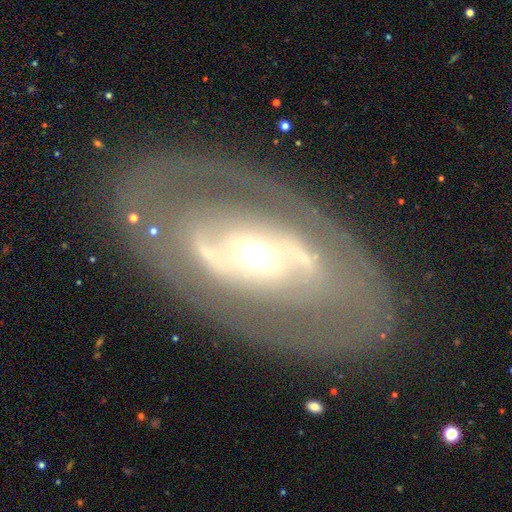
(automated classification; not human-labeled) Smooth or featured: featured or disk — 84% (smooth — 10%)
Edge-on disk: no — 93% (yes — 7%)
Bar: strong — 40% (weak — 35%)
Spiral arms: yes — 82% (no — 18%)
Spiral winding: medium — 42% (tight — 40%)
Spiral arm count: 2 — 72% (can't tell — 14%)
Bulge size: moderate — 59% (small — 29%)
Merging: none — 70% (minor disturbance — 14%)